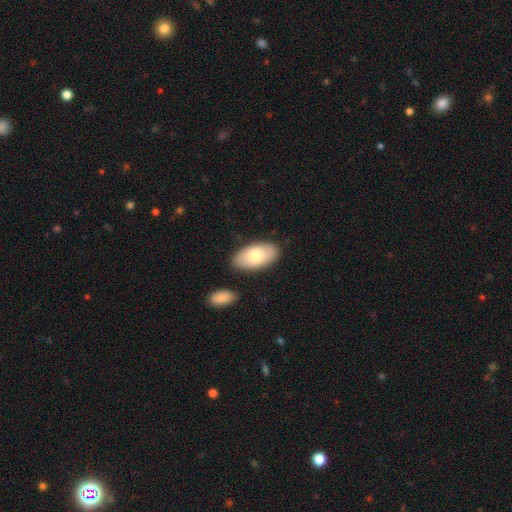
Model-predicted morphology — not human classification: smooth_or_featured: smooth (p=0.77) [alt: featured or disk p=0.17]
how_rounded: in between (p=0.95) [alt: round p=0.03]
merging: none (p=0.81) [alt: minor disturbance p=0.12]